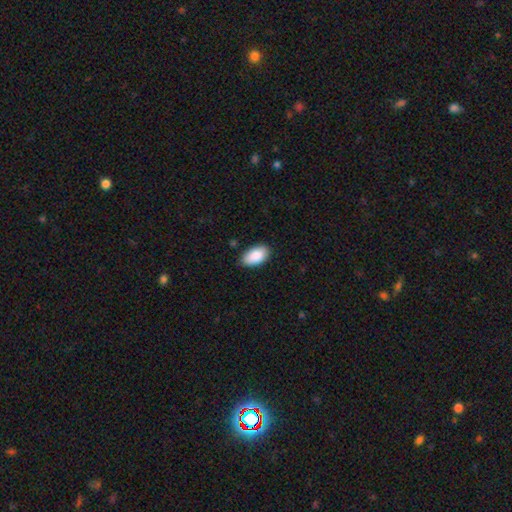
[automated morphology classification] smooth-or-featured: smooth: 89% | star or artifact: 6% | featured or disk: 5%
  how-rounded: in between: 95% | round: 3% | cigar-shaped: 2%
  merging: none: 82% | minor disturbance: 14% | major disturbance: 2% | merger: 1%